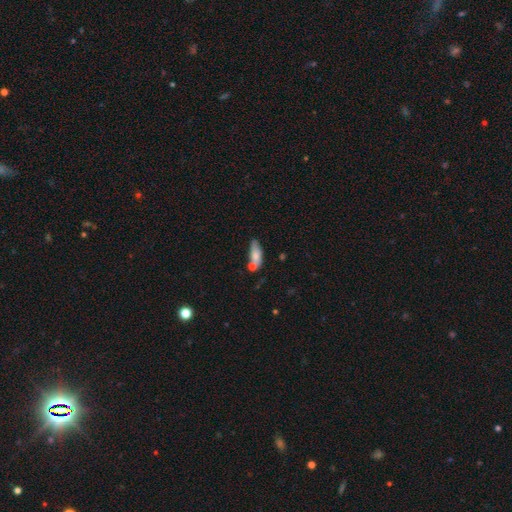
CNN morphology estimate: This appears to be a smooth galaxy with no disk features (74%) that is in between round and cigar-shaped (68%). Merging: none (49%).